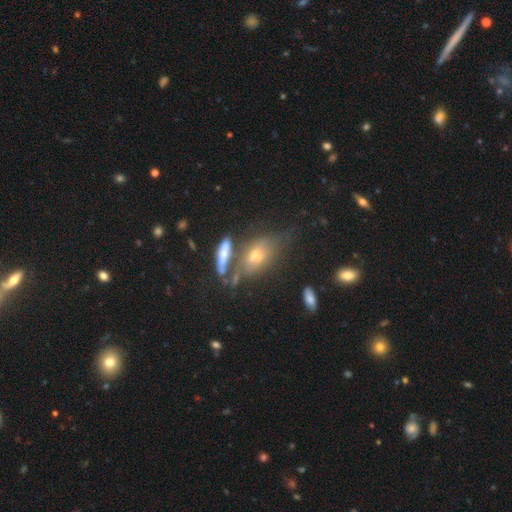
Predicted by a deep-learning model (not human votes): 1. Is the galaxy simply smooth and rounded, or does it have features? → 54% smooth, 35% featured or disk, 12% star or artifact.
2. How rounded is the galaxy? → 77% in between, 14% cigar-shaped, 9% round.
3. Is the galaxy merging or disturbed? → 47% none, 23% merger, 19% minor disturbance, 11% major disturbance.